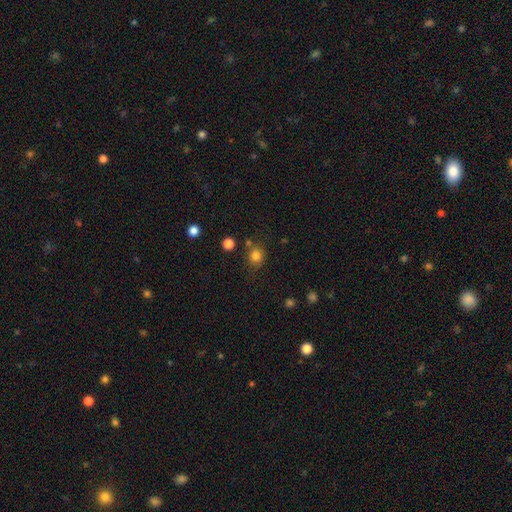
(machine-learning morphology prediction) Smooth or featured? smooth (81%)
How rounded? round (81%)
Merging? none (73%)